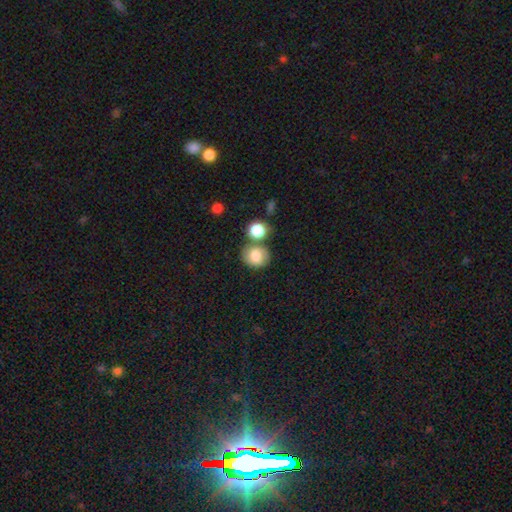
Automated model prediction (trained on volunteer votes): Smooth or featured? Predicted: smooth (p=0.71). How rounded? Predicted: round (p=0.68). Merging? Predicted: none (p=0.55).